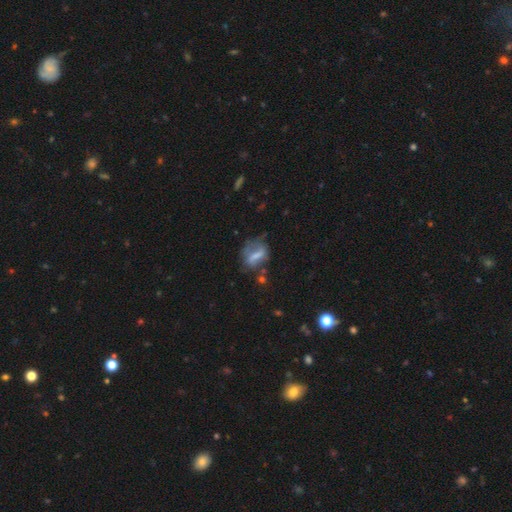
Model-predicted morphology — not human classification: Q: Smooth or featured?
A: smooth (49%); runner-up: featured or disk (41%)
Q: Merging?
A: none (46%); runner-up: minor disturbance (26%)